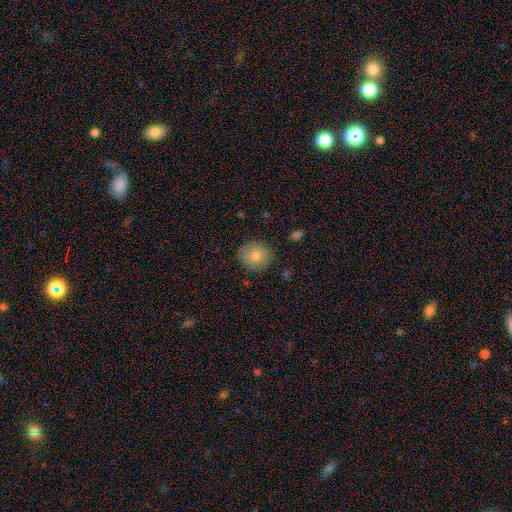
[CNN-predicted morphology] A smooth galaxy with no disk features (71%) that is round (78%).

Vote fractions:
- Smooth or featured? smooth: 71% / featured or disk: 20% / star or artifact: 9%
- How rounded? round: 78% / in between: 21% / cigar-shaped: 1%
- Merging? none: 83% / minor disturbance: 13% / major disturbance: 3% / merger: 1%